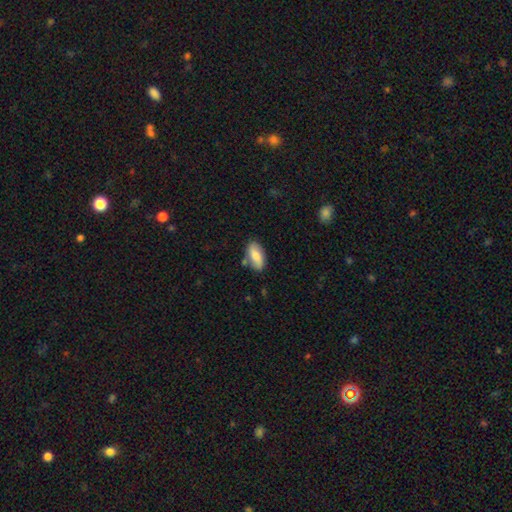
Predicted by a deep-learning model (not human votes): Morphology: type=smooth (75%); roundness=in between (91%); merging=none (73%).